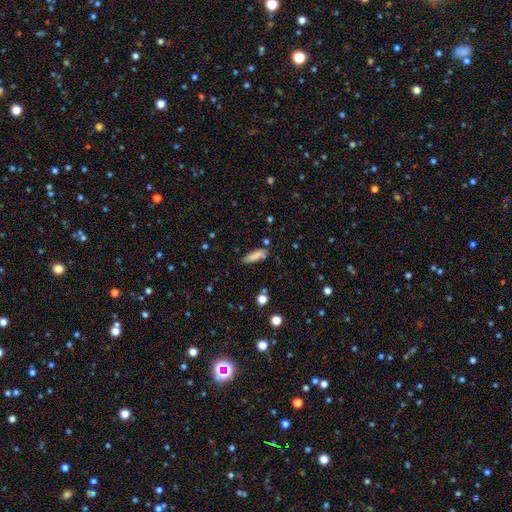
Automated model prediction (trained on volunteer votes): This appears to be a smooth galaxy with no disk features (83%) that is cigar-shaped (51%). Merging: none (77%).